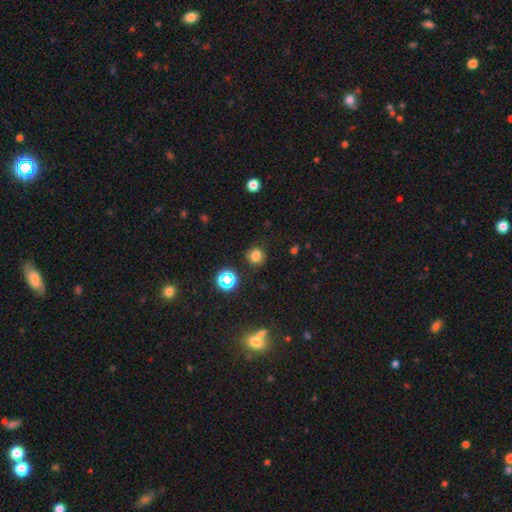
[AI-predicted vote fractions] Smooth or featured? Predicted: smooth (p=0.74). How rounded? Predicted: round (p=0.86). Merging? Predicted: none (p=0.81).